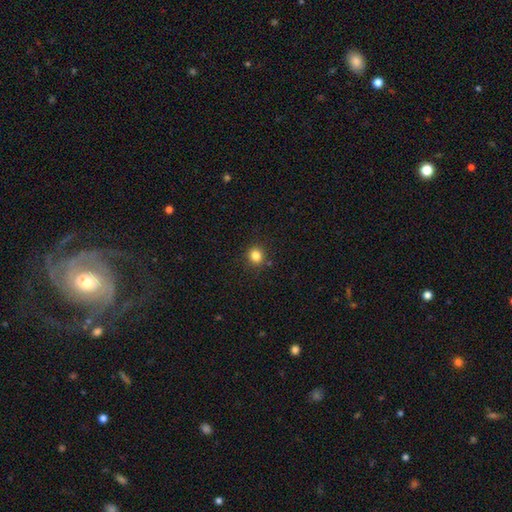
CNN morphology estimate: Overall: smooth (83%). How rounded: round (89%). Merging: none (88%).